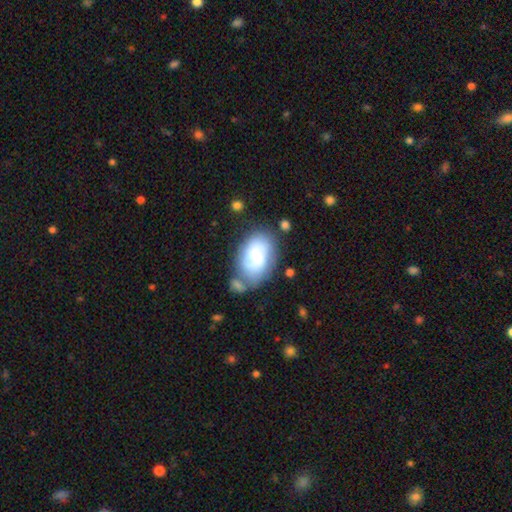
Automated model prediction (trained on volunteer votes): Overall: smooth (57%; featured or disk 35%). How rounded: in between (89%). Merging: none (50%; minor disturbance 24%).